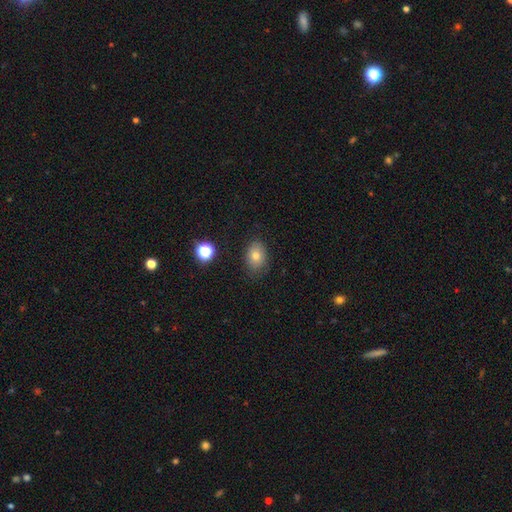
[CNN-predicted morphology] Smooth or featured? Predicted: smooth (p=0.75). How rounded? Predicted: in between (p=0.73). Merging? Predicted: none (p=0.81).